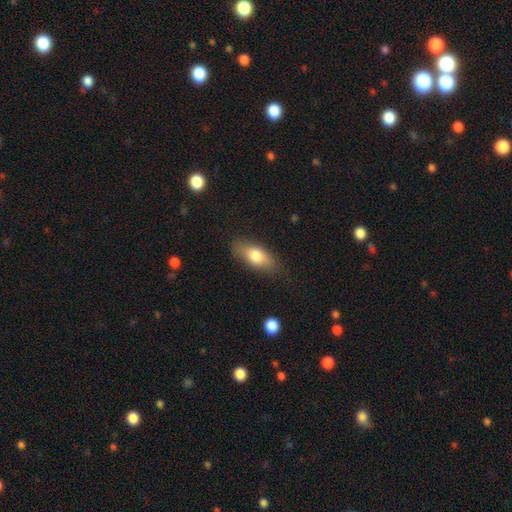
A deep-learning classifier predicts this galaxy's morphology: Q: Smooth or featured?
A: smooth (74%); runner-up: featured or disk (19%)
Q: How rounded?
A: in between (80%); runner-up: cigar-shaped (15%)
Q: Merging?
A: none (79%); runner-up: minor disturbance (16%)